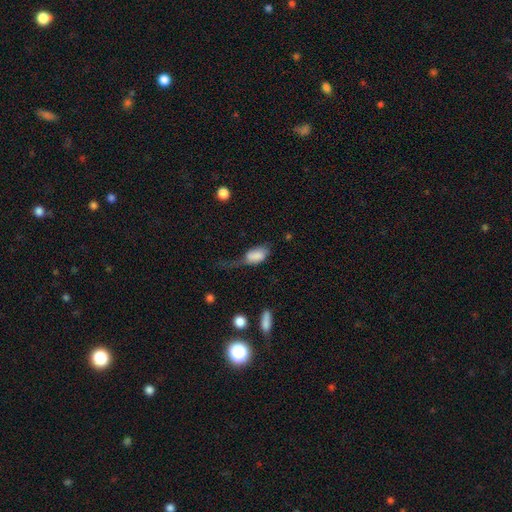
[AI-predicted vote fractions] Smooth or featured?
  - smooth: 80% *
  - featured or disk: 13%
  - star or artifact: 7%
How rounded?
  - in between: 91% *
  - round: 5%
  - cigar-shaped: 4%
Merging?
  - major disturbance: 52% *
  - minor disturbance: 24%
  - none: 18%
  - merger: 7%